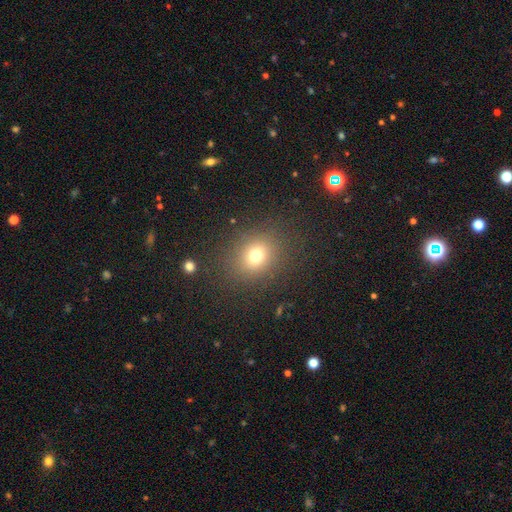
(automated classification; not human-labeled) Q: Smooth or featured?
A: smooth (72%); runner-up: star or artifact (17%)
Q: How rounded?
A: round (67%); runner-up: in between (32%)
Q: Merging?
A: none (84%); runner-up: minor disturbance (9%)